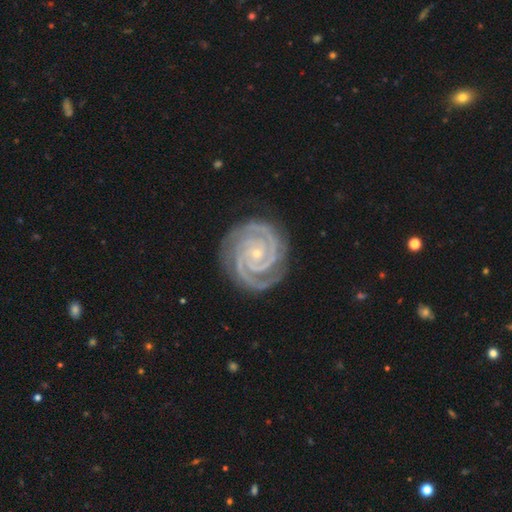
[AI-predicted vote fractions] This appears to be a featured or disk galaxy (93%) with no bar (70%), 2 (58%) tight (85%) spiral arms (99%) and a small central bulge (81%). Merging: none (84%).